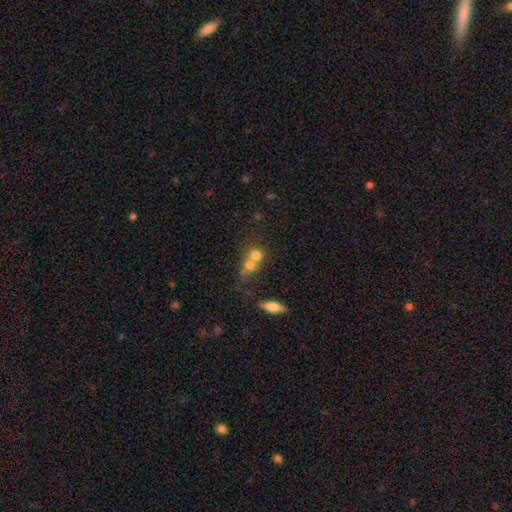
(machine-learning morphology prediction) Smooth or featured?
  - smooth: 70% *
  - featured or disk: 17%
  - star or artifact: 13%
How rounded?
  - round: 80% *
  - in between: 18%
  - cigar-shaped: 2%
Merging?
  - merger: 59% *
  - none: 31%
  - minor disturbance: 6%
  - major disturbance: 4%